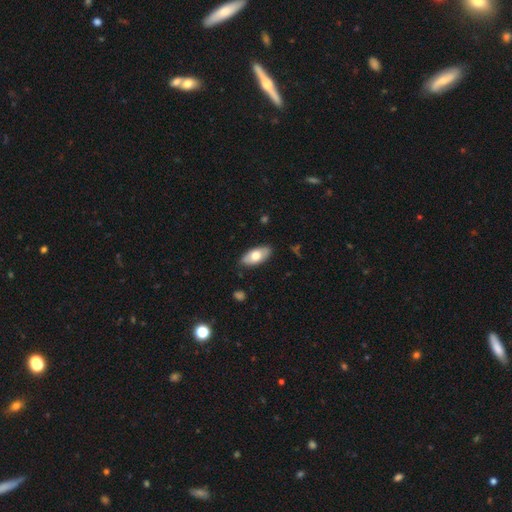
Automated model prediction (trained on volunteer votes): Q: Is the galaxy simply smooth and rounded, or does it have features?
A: smooth — 68%.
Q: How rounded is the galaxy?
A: in between — 91%.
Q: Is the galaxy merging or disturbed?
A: none — 85%.